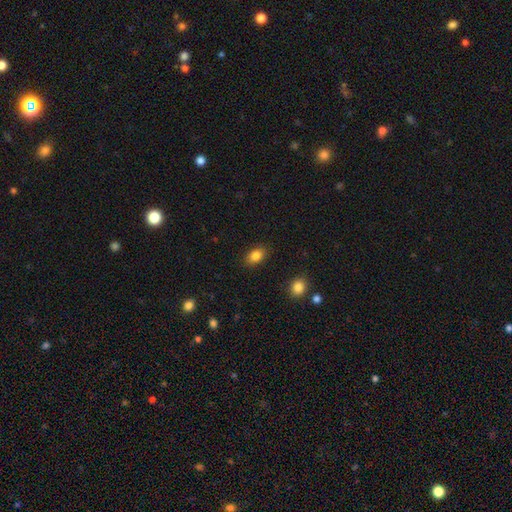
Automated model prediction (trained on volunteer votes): Morphology: type=smooth (85%); roundness=in between (84%); merging=none (88%).